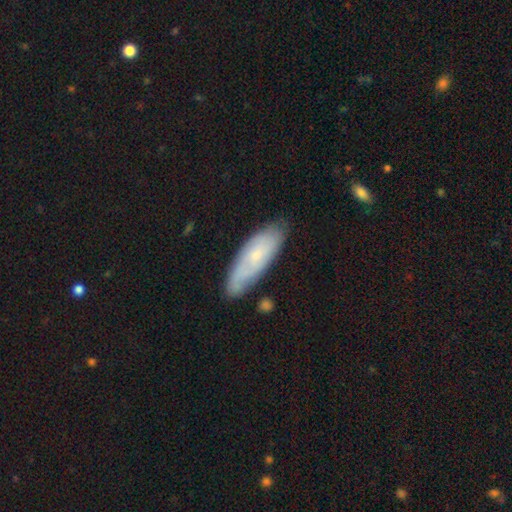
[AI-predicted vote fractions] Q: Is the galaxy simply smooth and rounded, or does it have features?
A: smooth — 53%.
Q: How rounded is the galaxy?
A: in between — 59%.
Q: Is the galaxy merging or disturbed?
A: none — 70%.